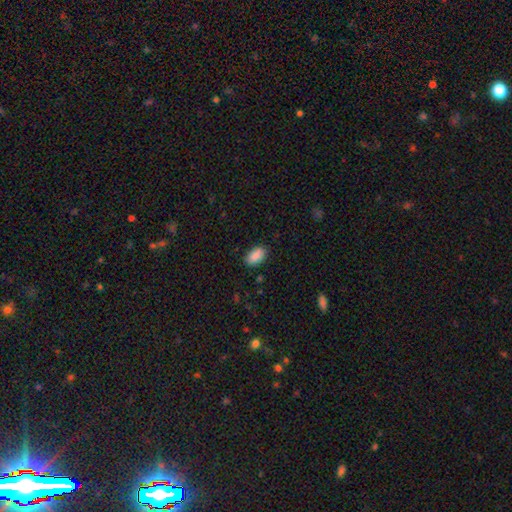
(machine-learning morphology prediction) Smooth or featured? Predicted: smooth (p=0.89). How rounded? Predicted: in between (p=0.94). Merging? Predicted: none (p=0.87).